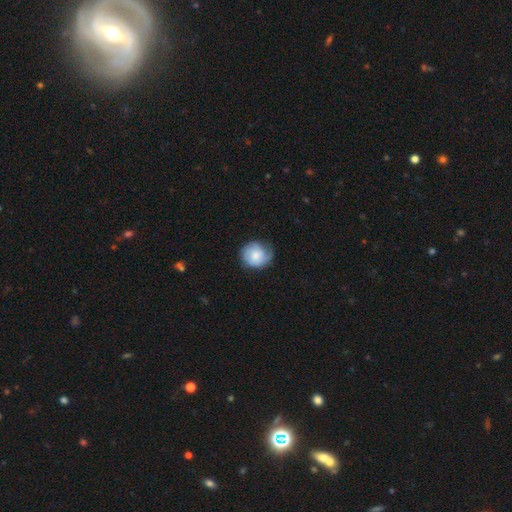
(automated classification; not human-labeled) smooth-or-featured: smooth: 54% | featured or disk: 39% | star or artifact: 7%
  how-rounded: round: 79% | in between: 20% | cigar-shaped: 1%
  merging: none: 62% | minor disturbance: 27% | major disturbance: 10% | merger: 1%